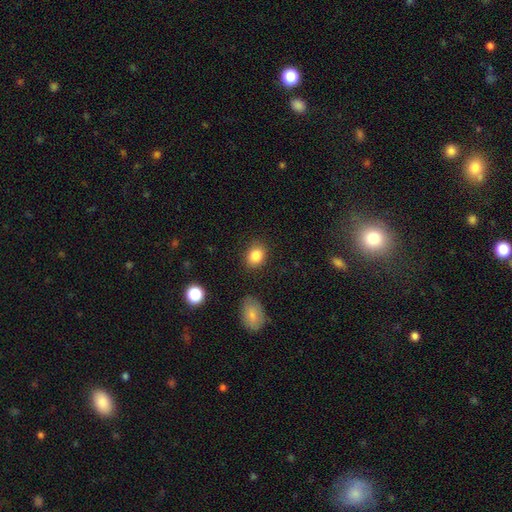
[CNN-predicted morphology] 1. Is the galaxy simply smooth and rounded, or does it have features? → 85% smooth, 9% star or artifact, 6% featured or disk.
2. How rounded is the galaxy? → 58% in between, 41% round, 1% cigar-shaped.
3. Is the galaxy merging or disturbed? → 84% none, 11% minor disturbance, 3% major disturbance, 2% merger.